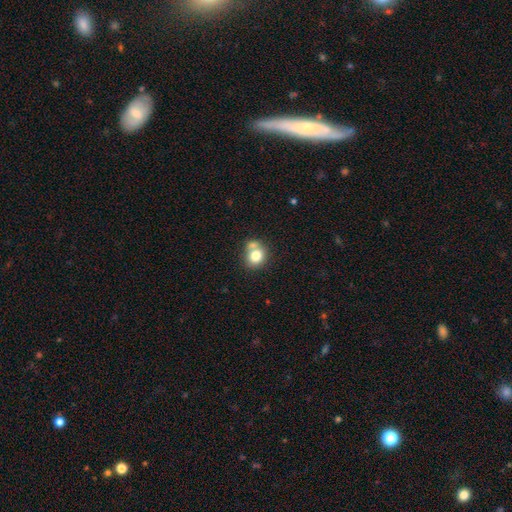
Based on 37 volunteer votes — This is likely a smooth galaxy (73%). How rounded: likely round (63%). Merging: marginally none (44%).